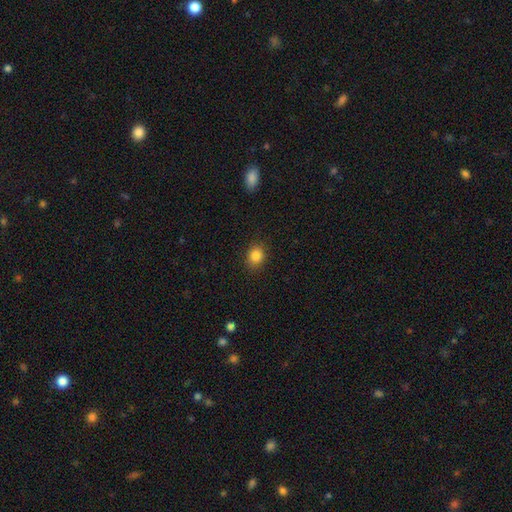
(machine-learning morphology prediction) This is clearly a smooth galaxy (85%). How rounded: possibly round (55%). Merging: clearly none (87%).